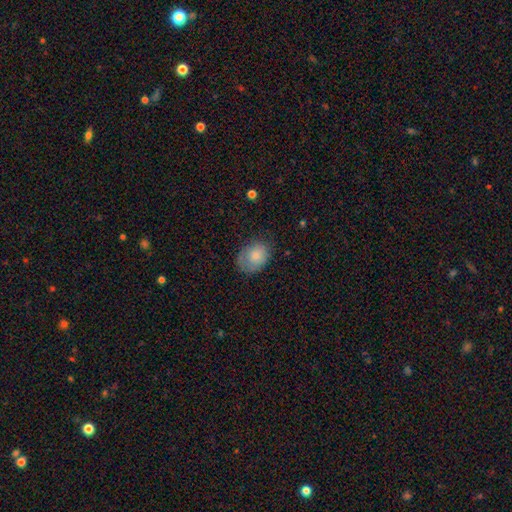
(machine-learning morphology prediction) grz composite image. It shows a smooth galaxy with no disk features (81%) that is in between round and cigar-shaped (65%). Merging: none (63%).